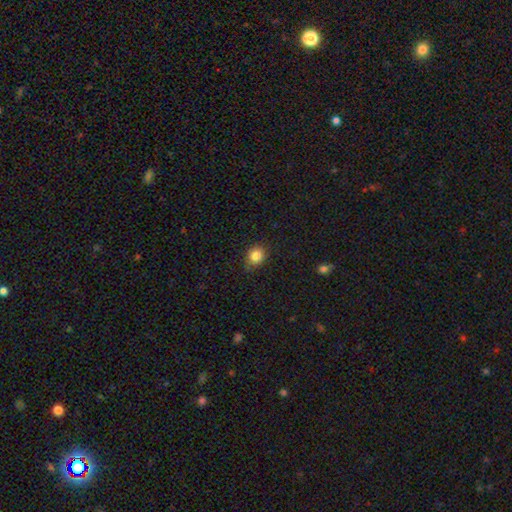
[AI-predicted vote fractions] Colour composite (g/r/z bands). It shows a smooth galaxy with no disk features (84%) that is round (69%). Merging: none (84%).